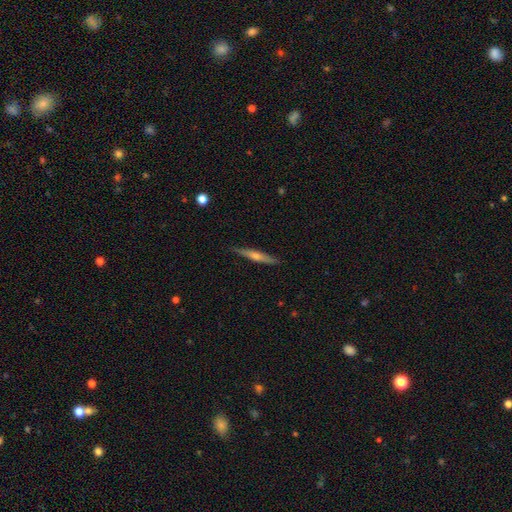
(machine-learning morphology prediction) Smooth or featured: featured or disk — 68% (smooth — 26%)
Edge-on disk: yes — 97% (no — 3%)
Edge-on bulge: rounded — 84% (none — 12%)
Merging: none — 90% (minor disturbance — 8%)